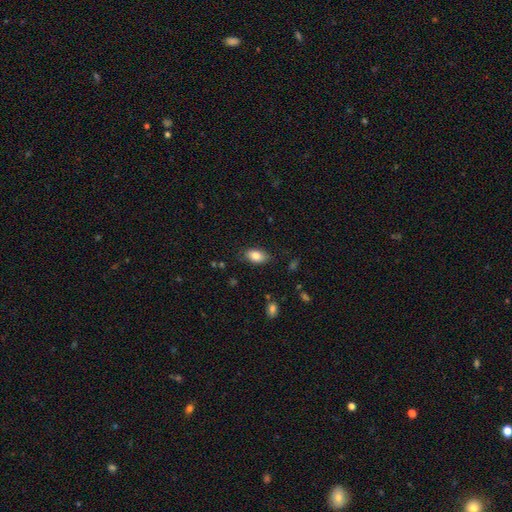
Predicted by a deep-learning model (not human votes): Smooth or featured? Predicted: smooth (p=0.83). How rounded? Predicted: in between (p=0.91). Merging? Predicted: none (p=0.82).